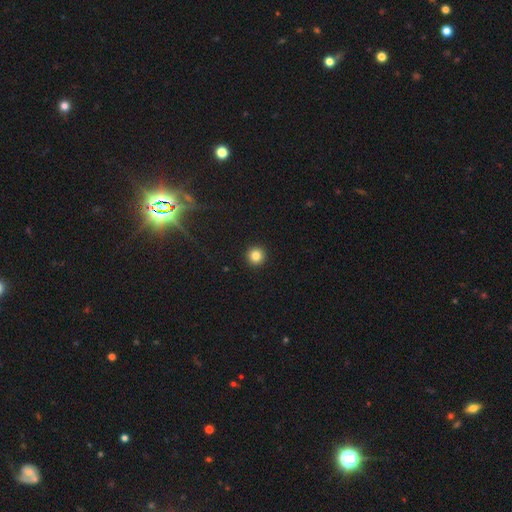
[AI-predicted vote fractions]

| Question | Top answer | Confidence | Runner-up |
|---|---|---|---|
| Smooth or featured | smooth | 84% | star or artifact (12%) |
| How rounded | round | 96% | in between (3%) |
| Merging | none | 94% | minor disturbance (4%) |